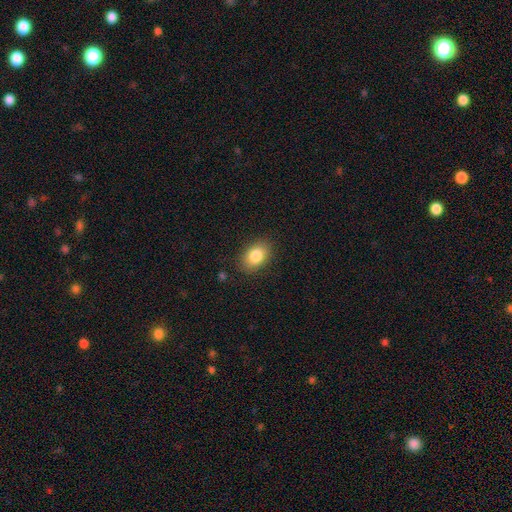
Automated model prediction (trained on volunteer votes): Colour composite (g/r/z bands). It shows a smooth galaxy with no disk features (84%) that is in between round and cigar-shaped (81%). Merging: none (86%).